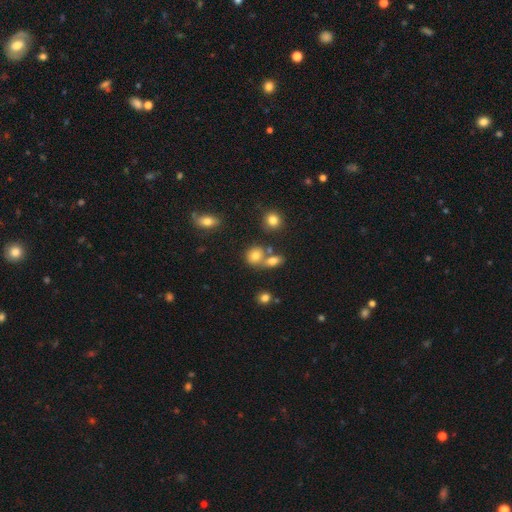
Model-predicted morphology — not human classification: Smooth or featured: smooth — 75% (star or artifact — 13%)
How rounded: round — 58% (in between — 41%)
Merging: none — 49% (merger — 35%)